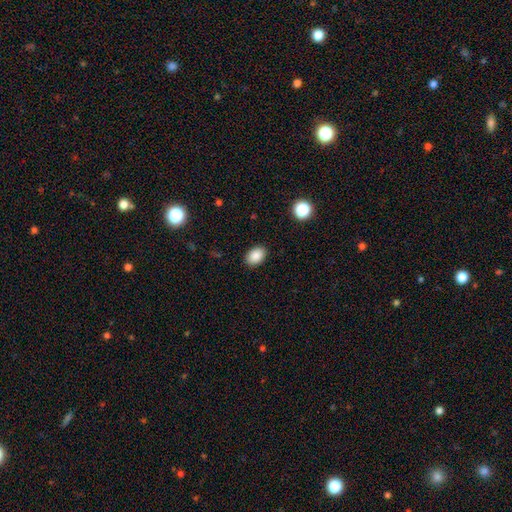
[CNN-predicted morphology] Smooth or featured: smooth — 88% (star or artifact — 8%)
How rounded: in between — 84% (round — 15%)
Merging: none — 89% (minor disturbance — 8%)